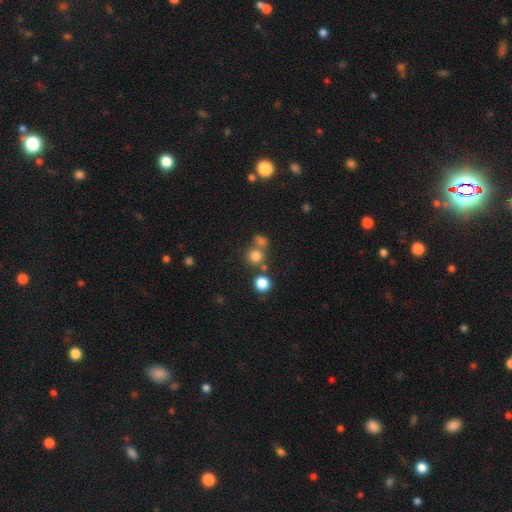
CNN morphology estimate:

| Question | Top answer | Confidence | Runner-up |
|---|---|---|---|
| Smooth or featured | smooth | 75% | star or artifact (17%) |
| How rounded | round | 88% | in between (11%) |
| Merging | none | 60% | merger (27%) |